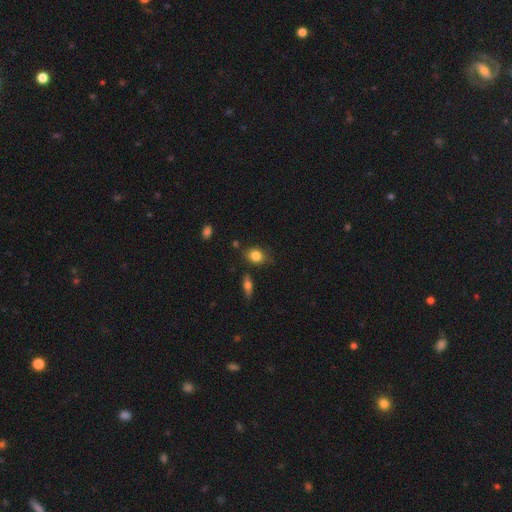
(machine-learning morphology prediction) Smooth or featured? smooth (83%)
How rounded? in between (50%)
Merging? none (74%)